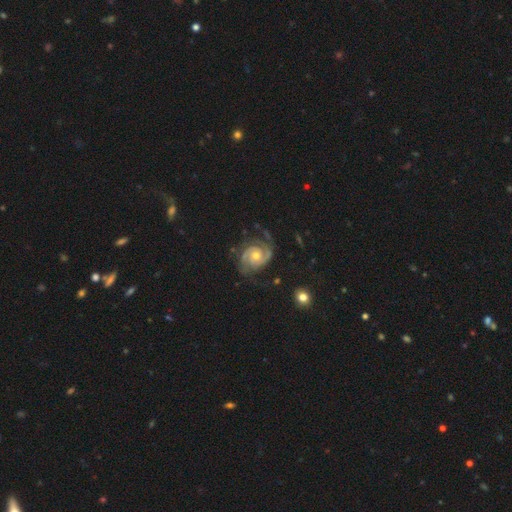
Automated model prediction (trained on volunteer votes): Smooth or featured? featured or disk (90%)
Edge-on disk? no (98%)
Bar? no (73%)
Spiral arms? yes (98%)
Spiral winding? tight (50%)
Spiral arm count? 2 (81%)
Bulge size? moderate (61%)
Merging? none (71%)